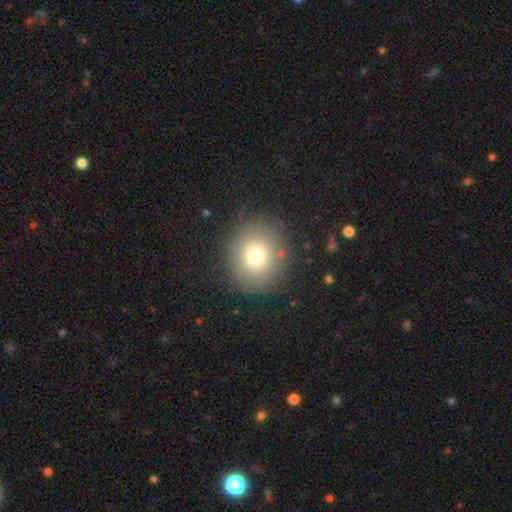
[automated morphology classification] Smooth or featured: smooth — 74% (featured or disk — 14%)
How rounded: round — 84% (in between — 15%)
Merging: none — 83% (minor disturbance — 10%)